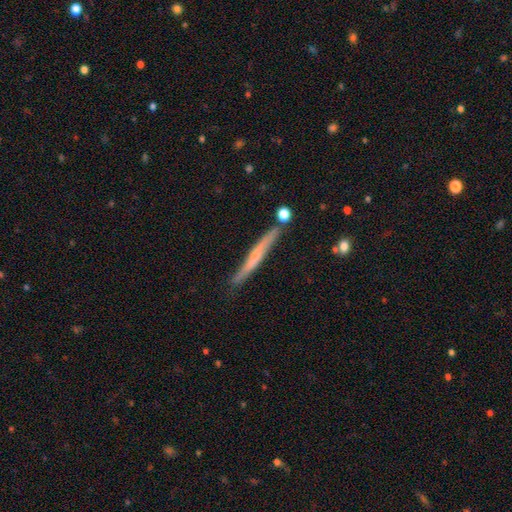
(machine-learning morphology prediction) smooth_or_featured: featured or disk (p=0.54) [alt: smooth p=0.39]
disk_edge_on: yes (p=0.93) [alt: no p=0.07]
edge_on_bulge: none (p=0.59) [alt: rounded p=0.34]
merging: none (p=0.80) [alt: minor disturbance p=0.14]